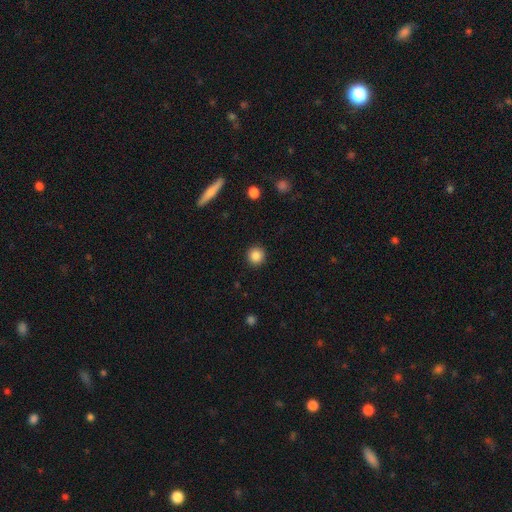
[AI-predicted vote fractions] A smooth galaxy with no disk features (86%) that is round (94%).

Vote fractions:
- Smooth or featured? smooth: 86% / star or artifact: 10% / featured or disk: 4%
- How rounded? round: 94% / in between: 5% / cigar-shaped: 1%
- Merging? none: 92% / minor disturbance: 5% / major disturbance: 2% / merger: 1%